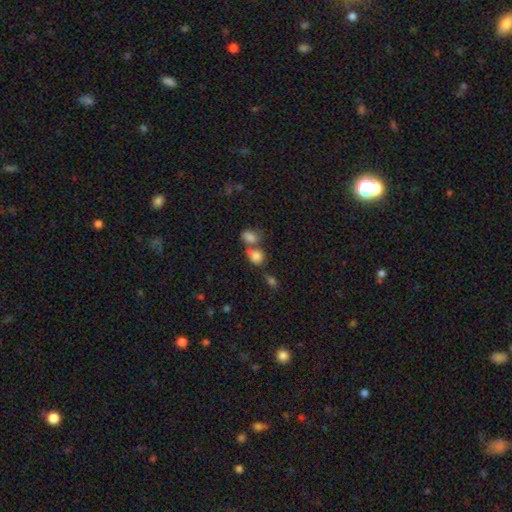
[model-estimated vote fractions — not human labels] A smooth galaxy with no disk features (81%) that is round (55%).

Vote fractions:
- Smooth or featured? smooth: 81% / star or artifact: 10% / featured or disk: 8%
- How rounded? round: 55% / in between: 44% / cigar-shaped: 2%
- Merging? merger: 52% / none: 34% / minor disturbance: 9% / major disturbance: 4%